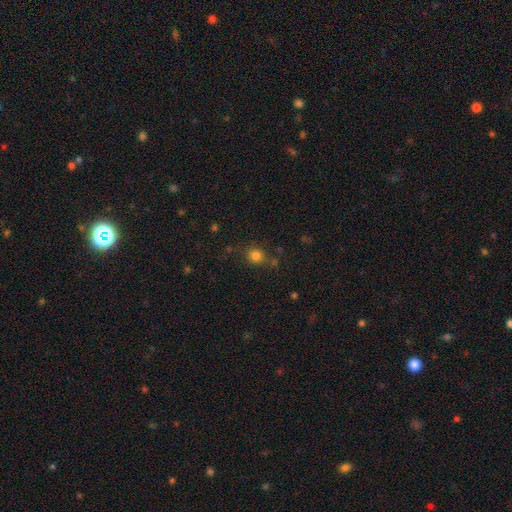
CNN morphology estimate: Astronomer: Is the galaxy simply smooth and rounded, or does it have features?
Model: smooth — 80%.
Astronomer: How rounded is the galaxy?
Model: round — 85%.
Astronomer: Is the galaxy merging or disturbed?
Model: none — 75%.